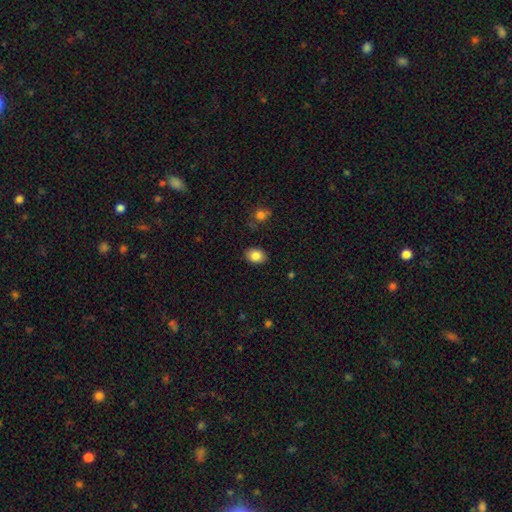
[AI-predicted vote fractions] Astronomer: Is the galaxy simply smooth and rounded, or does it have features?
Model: smooth — 84%.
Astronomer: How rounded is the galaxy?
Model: in between — 73%.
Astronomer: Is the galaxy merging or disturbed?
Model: none — 86%.